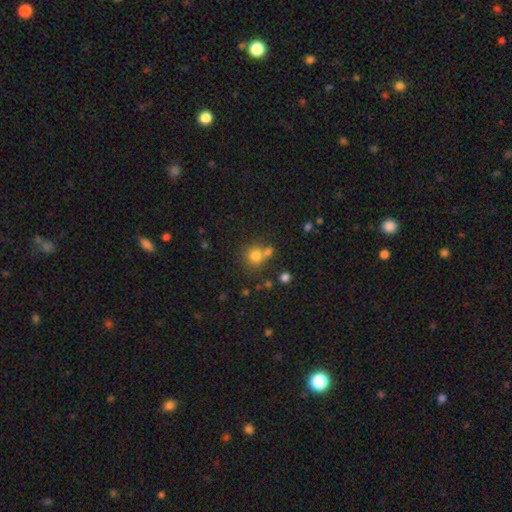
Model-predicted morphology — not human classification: Q: Smooth or featured?
A: smooth (78%); runner-up: star or artifact (14%)
Q: How rounded?
A: round (86%); runner-up: in between (13%)
Q: Merging?
A: none (56%); runner-up: merger (30%)